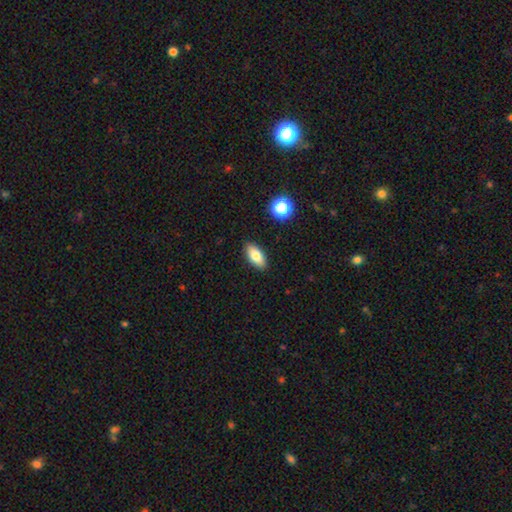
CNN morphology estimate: smooth_or_featured: smooth (p=0.78) [alt: featured or disk p=0.14]
how_rounded: in between (p=0.87) [alt: cigar-shaped p=0.09]
merging: none (p=0.89) [alt: minor disturbance p=0.08]